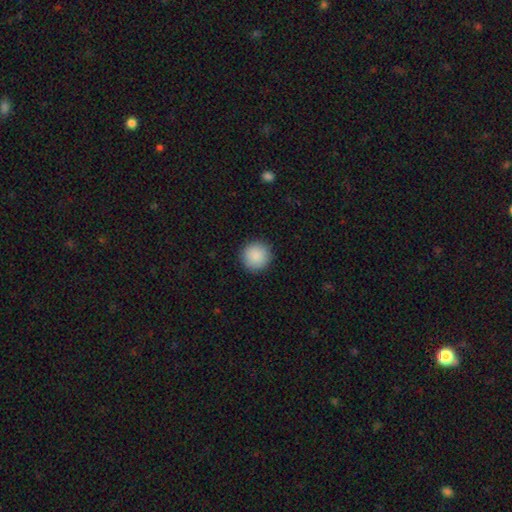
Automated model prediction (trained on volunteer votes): Q: Smooth or featured?
A: smooth (90%); runner-up: star or artifact (7%)
Q: How rounded?
A: round (95%); runner-up: in between (4%)
Q: Merging?
A: none (92%); runner-up: minor disturbance (6%)